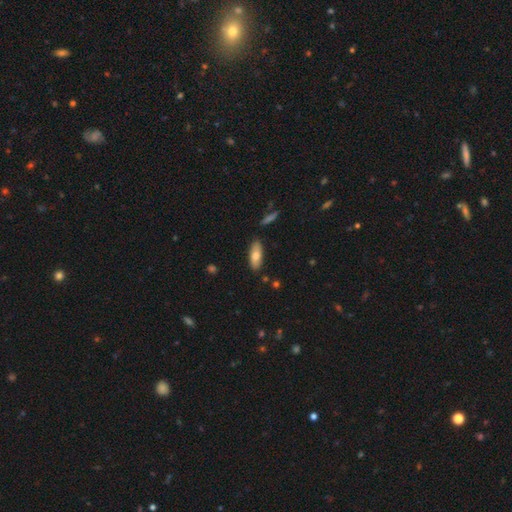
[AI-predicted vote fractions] Q: Smooth or featured?
A: smooth (74%); runner-up: featured or disk (20%)
Q: How rounded?
A: in between (74%); runner-up: cigar-shaped (24%)
Q: Merging?
A: none (85%); runner-up: minor disturbance (11%)